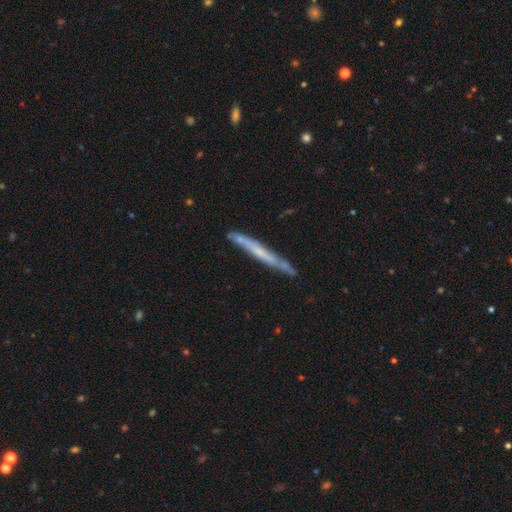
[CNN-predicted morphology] The model was most divided on "smooth or featured": featured or disk: 46%, smooth: 28%, star or artifact: 26%. More confident: merging — none (70%).